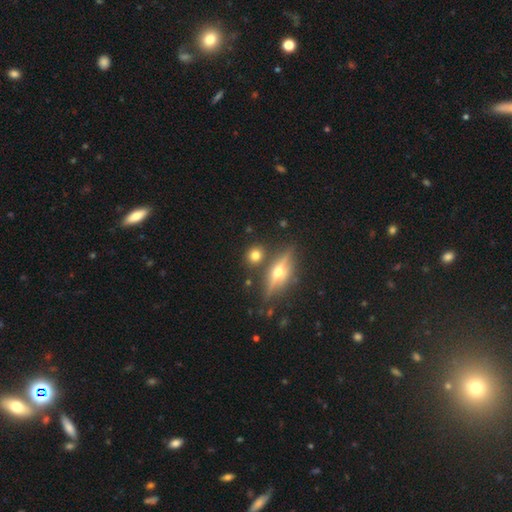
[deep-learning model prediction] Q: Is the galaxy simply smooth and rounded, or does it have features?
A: smooth — 54%.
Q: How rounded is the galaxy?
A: round — 71%.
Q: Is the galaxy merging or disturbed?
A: none — 79%.